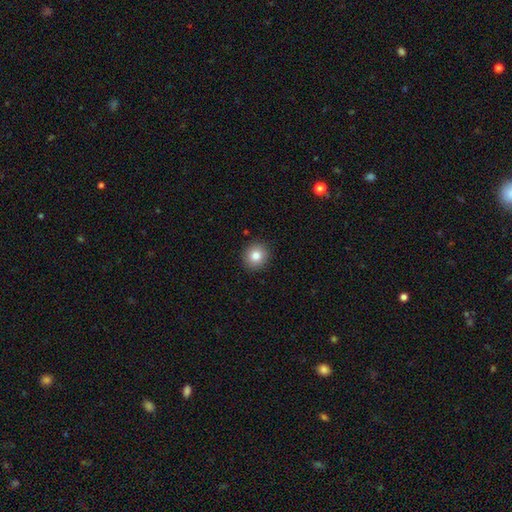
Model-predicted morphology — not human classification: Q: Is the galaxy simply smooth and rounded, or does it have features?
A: smooth — 82%.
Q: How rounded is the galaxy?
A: round — 88%.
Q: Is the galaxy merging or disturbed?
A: none — 91%.